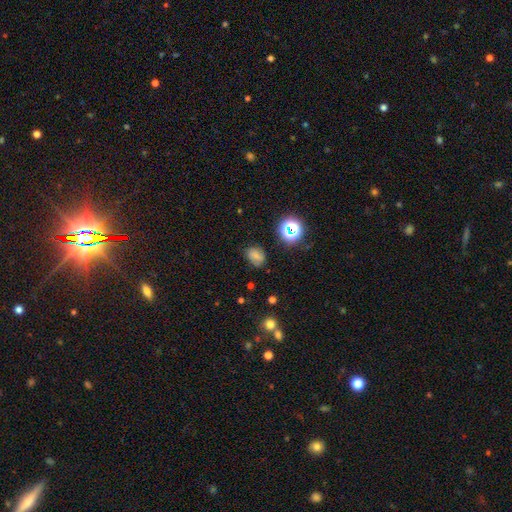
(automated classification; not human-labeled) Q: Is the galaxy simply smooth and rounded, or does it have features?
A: smooth — 65%.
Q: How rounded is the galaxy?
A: in between — 60%.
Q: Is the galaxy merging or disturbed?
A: none — 73%.